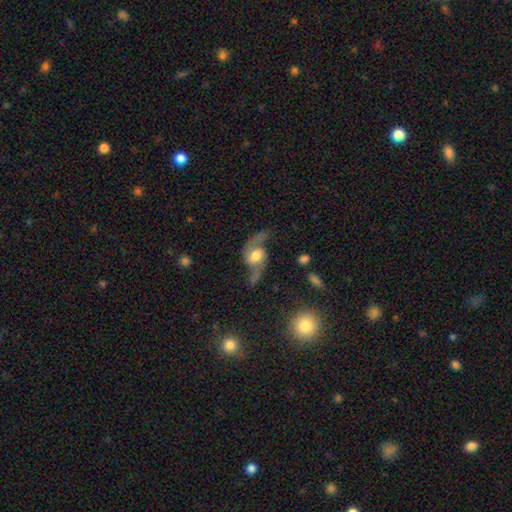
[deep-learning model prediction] This is clearly a featured or disk galaxy (81%). It is clearly not viewed edge-on (95%). Bar: marginally weak (44%). Spiral arm pattern: clearly yes (93%). Spiral arm count: clearly 2 (92%). Spiral winding: likely loose (75%). Central bulge: possibly moderate (52%). Merging: likely none (61%).